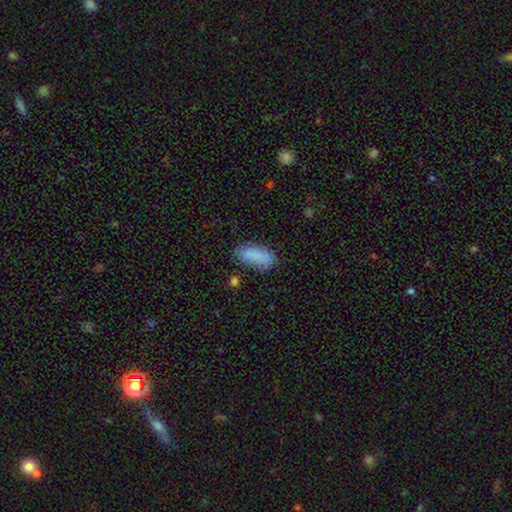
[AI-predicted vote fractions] smooth_or_featured: smooth (p=0.86) [alt: star or artifact p=0.07]
how_rounded: in between (p=0.83) [alt: cigar-shaped p=0.15]
merging: none (p=0.73) [alt: minor disturbance p=0.19]